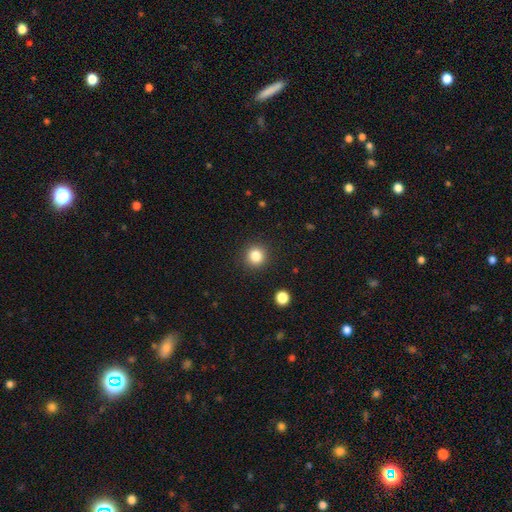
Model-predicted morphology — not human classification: Overall: smooth (83%). How rounded: round (93%). Merging: none (90%).